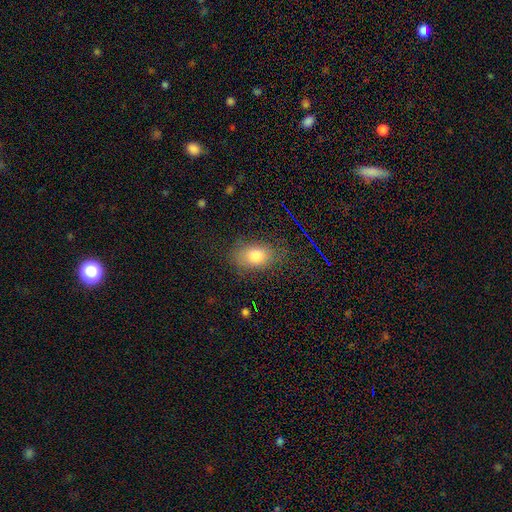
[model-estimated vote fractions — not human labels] smooth_or_featured: smooth (p=0.77) [alt: star or artifact p=0.13]
how_rounded: in between (p=0.81) [alt: round p=0.17]
merging: none (p=0.77) [alt: minor disturbance p=0.16]